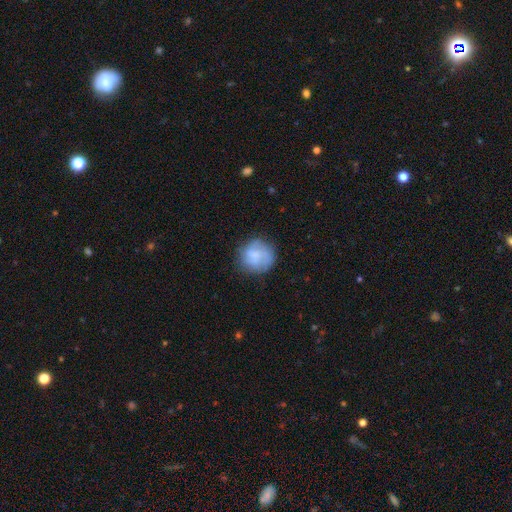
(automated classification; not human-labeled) Smooth or featured? Predicted: smooth (p=0.62). How rounded? Predicted: round (p=0.87). Merging? Predicted: none (p=0.71).